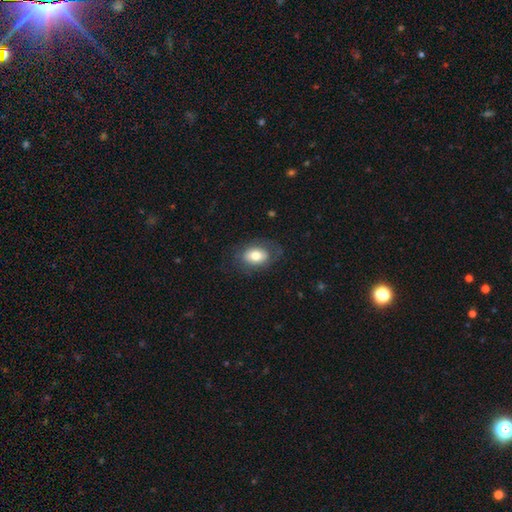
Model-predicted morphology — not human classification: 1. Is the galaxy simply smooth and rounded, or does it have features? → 69% smooth, 23% featured or disk, 8% star or artifact.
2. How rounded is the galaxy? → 75% in between, 24% round, 1% cigar-shaped.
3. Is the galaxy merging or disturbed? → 72% none, 18% minor disturbance, 10% major disturbance, 1% merger.